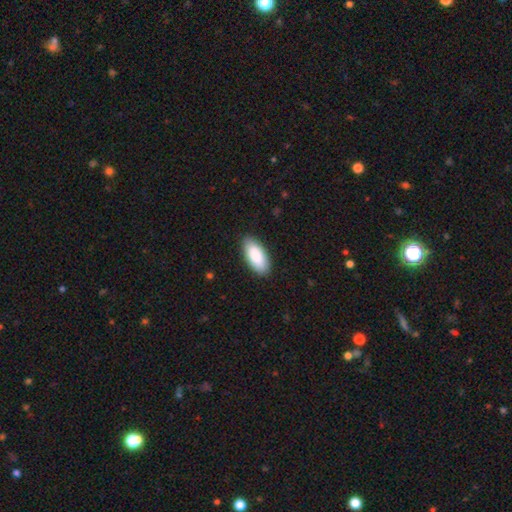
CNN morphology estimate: Smooth or featured? Predicted: smooth (p=0.89). How rounded? Predicted: in between (p=0.90). Merging? Predicted: none (p=0.88).